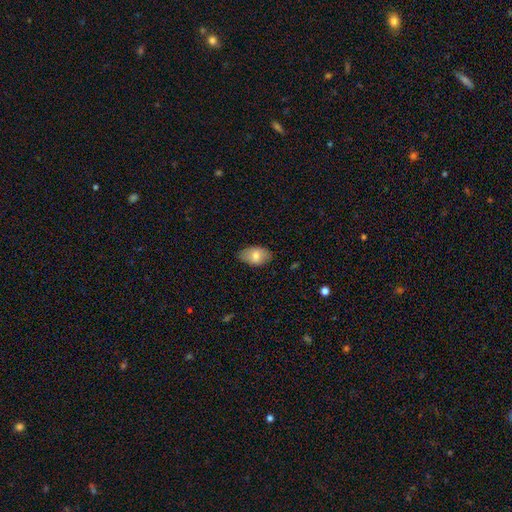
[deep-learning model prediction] smooth-or-featured: smooth: 76% | featured or disk: 17% | star or artifact: 7%
  how-rounded: in between: 91% | round: 7% | cigar-shaped: 2%
  merging: none: 82% | minor disturbance: 15% | major disturbance: 3% | merger: 1%